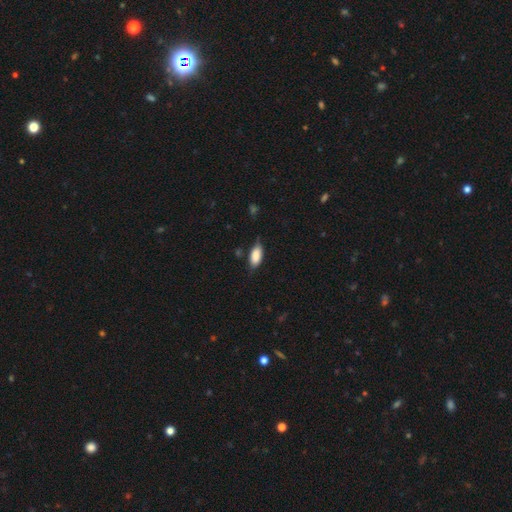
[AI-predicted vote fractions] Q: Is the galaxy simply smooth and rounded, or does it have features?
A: smooth — 85%.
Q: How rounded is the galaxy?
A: in between — 86%.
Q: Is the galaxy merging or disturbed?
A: none — 70%.